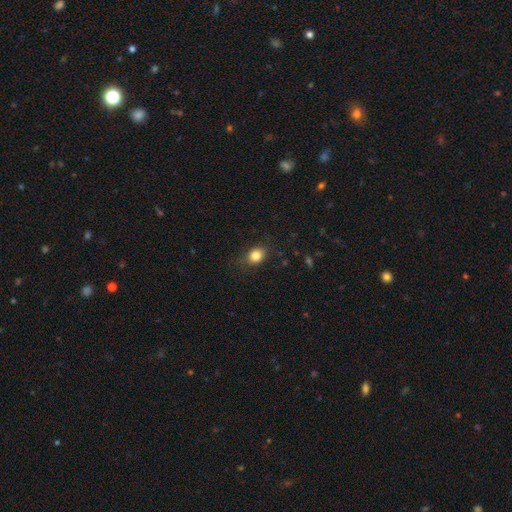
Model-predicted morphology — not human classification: Smooth or featured? smooth (83%)
How rounded? in between (55%)
Merging? none (79%)